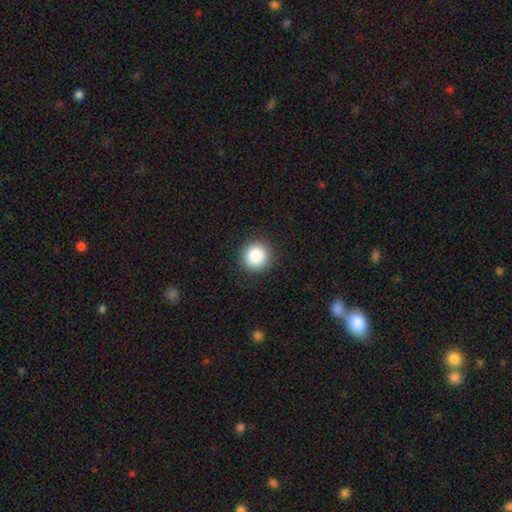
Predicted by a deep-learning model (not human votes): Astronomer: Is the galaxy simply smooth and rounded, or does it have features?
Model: smooth — 86%.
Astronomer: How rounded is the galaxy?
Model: round — 93%.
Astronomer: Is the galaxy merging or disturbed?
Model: none — 91%.